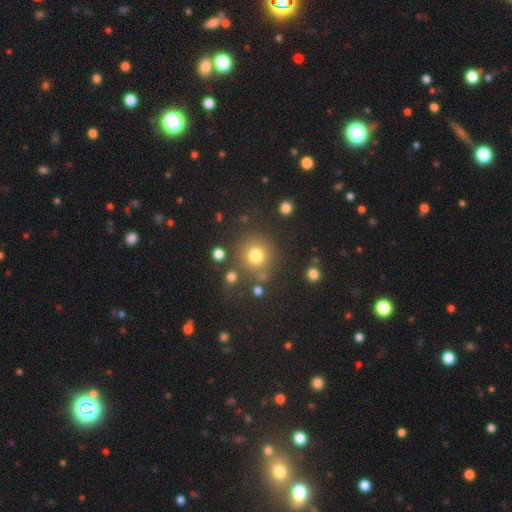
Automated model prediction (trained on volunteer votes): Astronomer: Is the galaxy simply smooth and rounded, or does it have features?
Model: smooth — 77%.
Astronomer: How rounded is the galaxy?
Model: round — 92%.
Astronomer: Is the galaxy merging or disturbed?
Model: none — 80%.